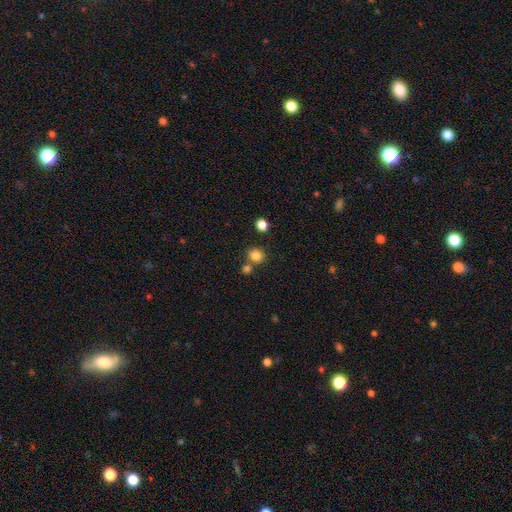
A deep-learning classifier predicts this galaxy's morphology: A smooth galaxy with no disk features (82%) that is round (84%). Merging: none (69%).